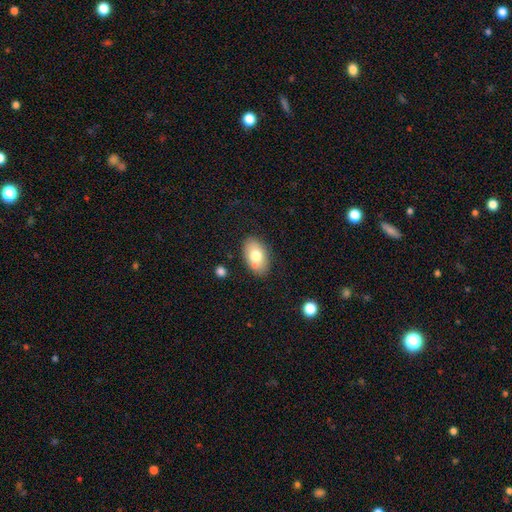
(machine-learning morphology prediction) Smooth or featured?
  - smooth: 73% *
  - featured or disk: 20%
  - star or artifact: 7%
How rounded?
  - in between: 90% *
  - round: 9%
  - cigar-shaped: 1%
Merging?
  - none: 77% *
  - minor disturbance: 14%
  - merger: 6%
  - major disturbance: 3%